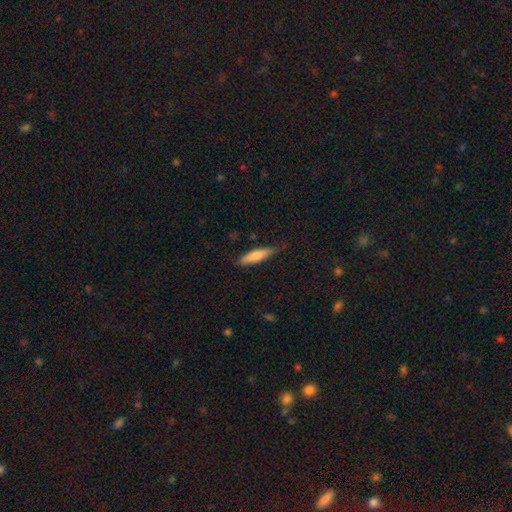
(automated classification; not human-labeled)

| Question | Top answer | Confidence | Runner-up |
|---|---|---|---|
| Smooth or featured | smooth | 75% | featured or disk (20%) |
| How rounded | cigar-shaped | 73% | in between (25%) |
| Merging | none | 73% | minor disturbance (22%) |